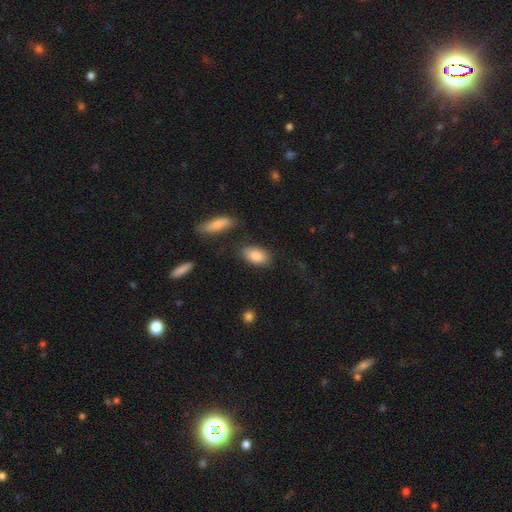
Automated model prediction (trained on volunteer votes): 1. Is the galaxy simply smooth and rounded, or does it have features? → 86% smooth, 7% featured or disk, 7% star or artifact.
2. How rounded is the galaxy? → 91% in between, 5% round, 4% cigar-shaped.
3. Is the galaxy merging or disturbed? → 79% none, 13% minor disturbance, 4% merger, 4% major disturbance.